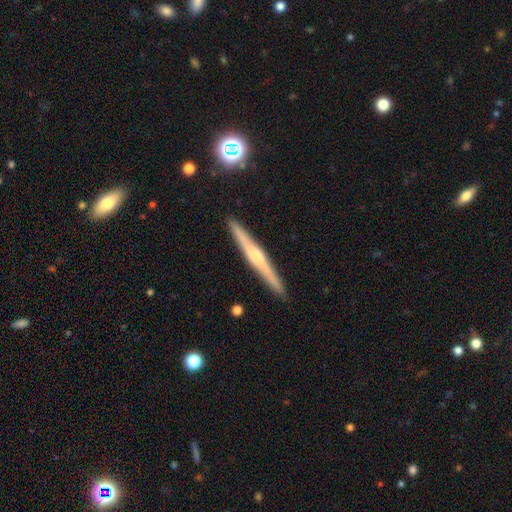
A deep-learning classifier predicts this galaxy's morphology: Smooth or featured?
  - featured or disk: 72% *
  - smooth: 21%
  - star or artifact: 6%
Edge-on disk?
  - yes: 98% *
  - no: 2%
Edge-on bulge?
  - rounded: 69% *
  - boxy: 16%
  - none: 14%
Merging?
  - none: 92% *
  - minor disturbance: 6%
  - major disturbance: 1%
  - merger: 1%